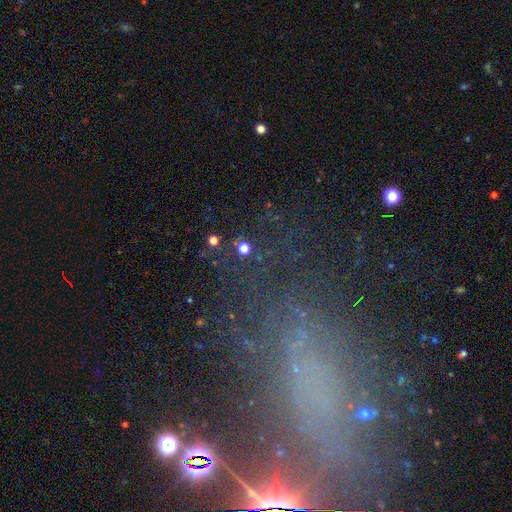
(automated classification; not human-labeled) star or artifact 41%, featured or disk 35%, smooth 24%.